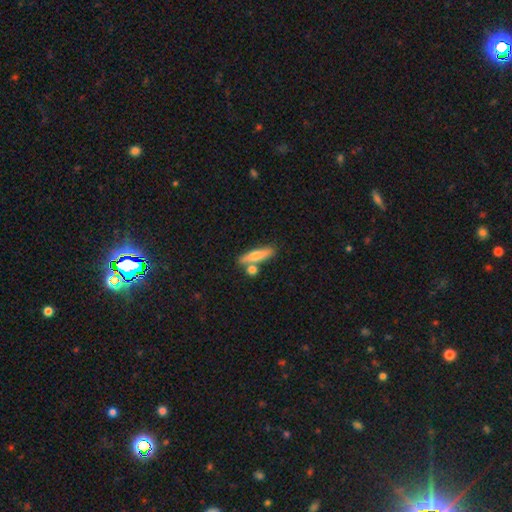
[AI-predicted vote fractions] Smooth or featured? smooth (67%)
How rounded? cigar-shaped (73%)
Merging? none (63%)